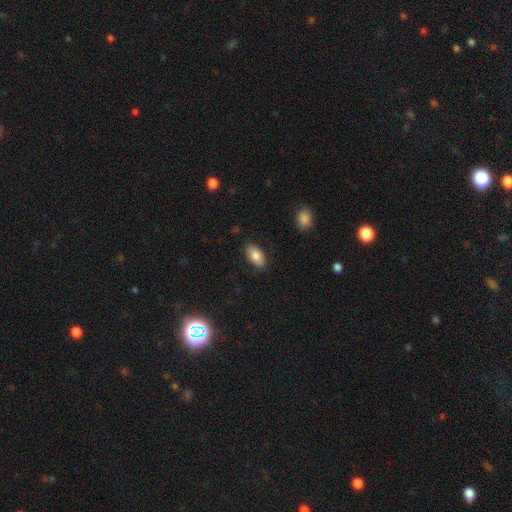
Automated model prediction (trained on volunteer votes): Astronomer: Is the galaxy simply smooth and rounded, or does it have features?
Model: smooth — 83%.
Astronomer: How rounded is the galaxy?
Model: in between — 94%.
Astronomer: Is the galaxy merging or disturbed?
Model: none — 87%.